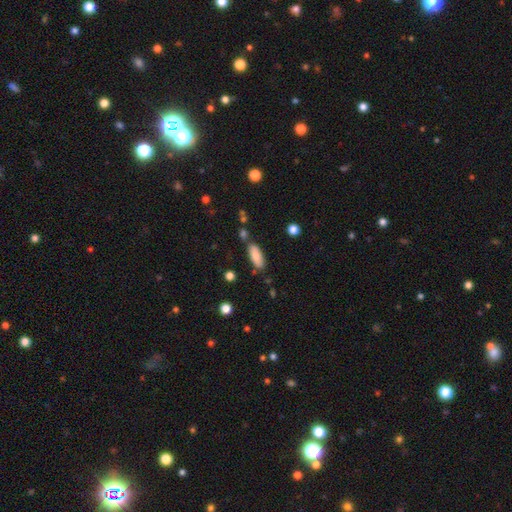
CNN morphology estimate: Smooth or featured?
  - smooth: 84% *
  - featured or disk: 9%
  - star or artifact: 7%
How rounded?
  - in between: 76% *
  - cigar-shaped: 22%
  - round: 2%
Merging?
  - none: 75% *
  - minor disturbance: 15%
  - merger: 7%
  - major disturbance: 3%